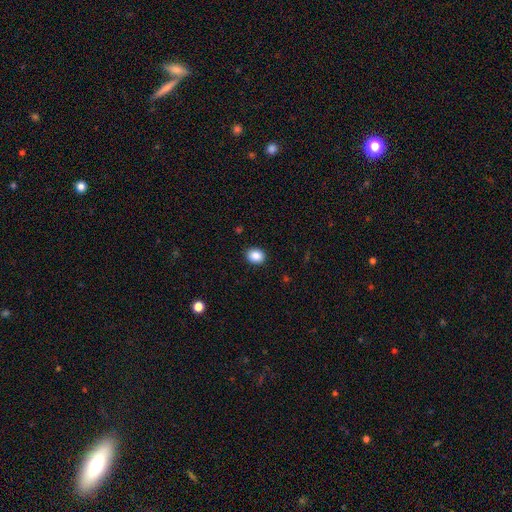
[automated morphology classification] smooth_or_featured: smooth (p=0.88) [alt: star or artifact p=0.09]
how_rounded: round (p=0.56) [alt: in between p=0.43]
merging: none (p=0.90) [alt: minor disturbance p=0.07]